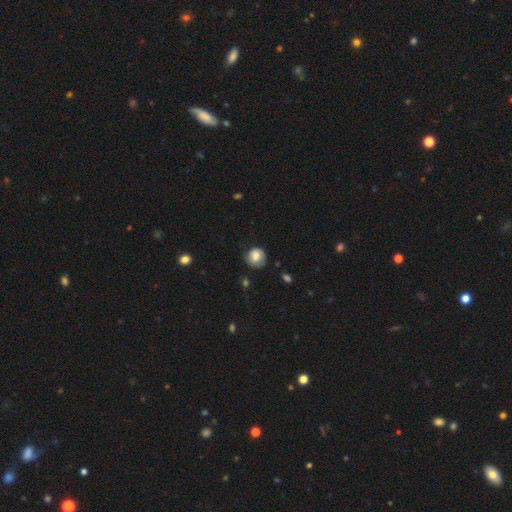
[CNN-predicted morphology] Overall: smooth (75%). How rounded: round (85%). Merging: none (66%).